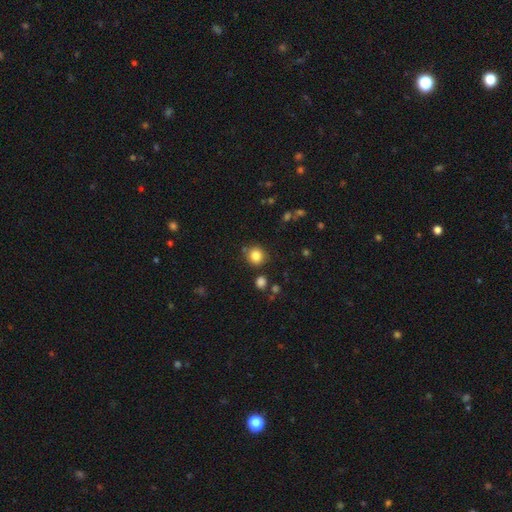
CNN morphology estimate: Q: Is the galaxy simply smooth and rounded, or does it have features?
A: smooth — 84%.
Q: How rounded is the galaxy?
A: round — 87%.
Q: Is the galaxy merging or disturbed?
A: none — 82%.